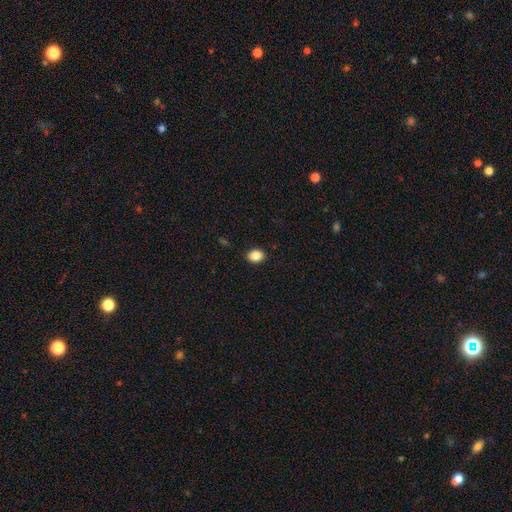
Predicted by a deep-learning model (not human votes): smooth-or-featured: smooth: 86% | star or artifact: 9% | featured or disk: 5%
  how-rounded: in between: 61% | round: 38% | cigar-shaped: 1%
  merging: none: 88% | minor disturbance: 9% | major disturbance: 2% | merger: 1%